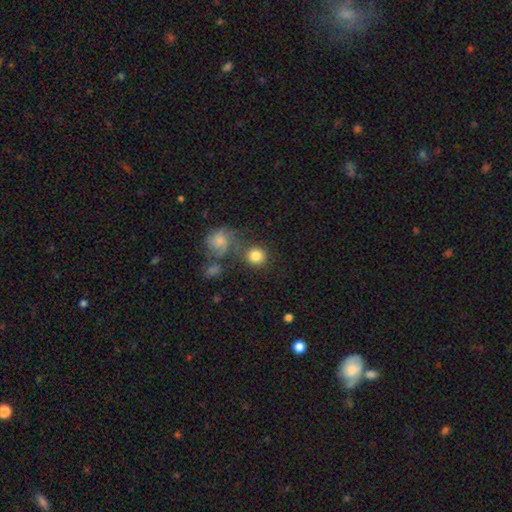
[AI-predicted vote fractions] A smooth galaxy with no disk features (81%) that is round (88%). Merging: none (64%).